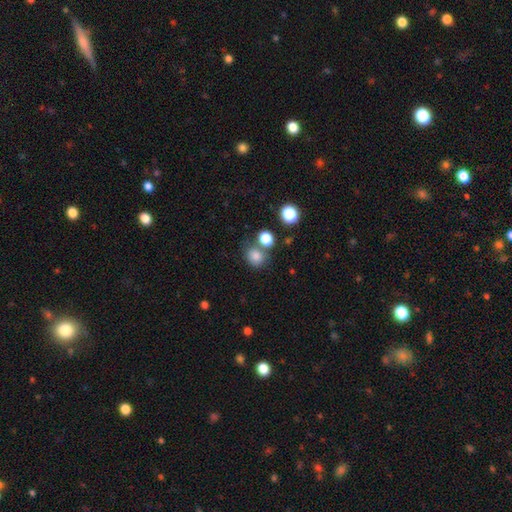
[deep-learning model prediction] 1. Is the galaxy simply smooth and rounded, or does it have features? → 82% smooth, 12% star or artifact, 6% featured or disk.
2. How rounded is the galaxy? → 68% round, 32% in between, 1% cigar-shaped.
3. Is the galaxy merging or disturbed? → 60% none, 23% merger, 13% minor disturbance, 5% major disturbance.